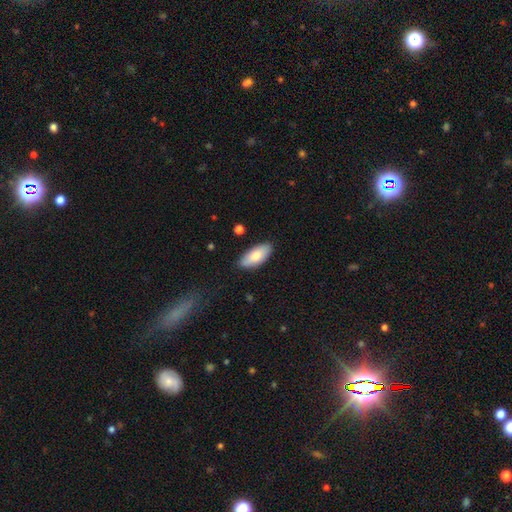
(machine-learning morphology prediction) smooth 76%, featured or disk 18%, star or artifact 6%. Down the decision tree: how rounded — in between (88%); merging — none (86%).